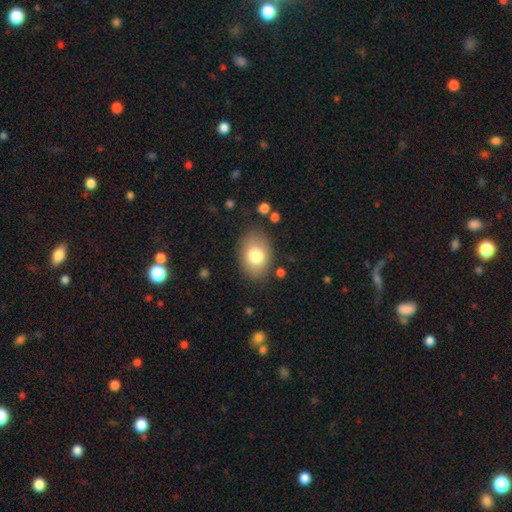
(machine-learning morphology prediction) Q: Smooth or featured?
A: smooth (78%); runner-up: featured or disk (14%)
Q: How rounded?
A: in between (77%); runner-up: round (22%)
Q: Merging?
A: none (82%); runner-up: minor disturbance (12%)